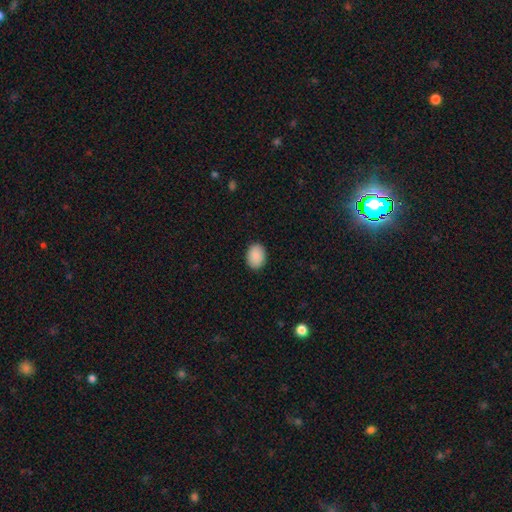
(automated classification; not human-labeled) Smooth or featured: smooth — 91% (star or artifact — 7%)
How rounded: in between — 75% (round — 24%)
Merging: none — 89% (minor disturbance — 8%)